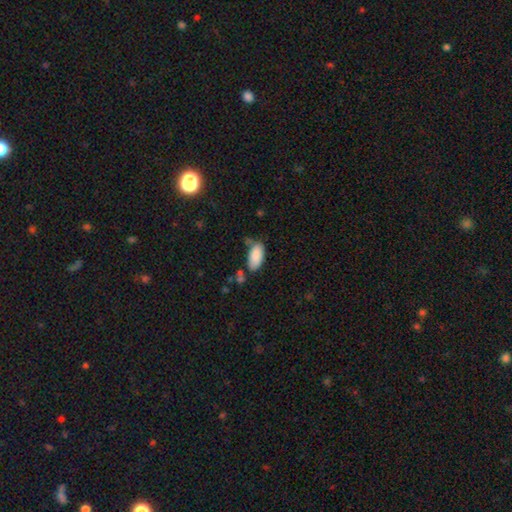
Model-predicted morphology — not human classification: smooth-or-featured: smooth: 88% | star or artifact: 7% | featured or disk: 5%
  how-rounded: in between: 93% | cigar-shaped: 5% | round: 2%
  merging: none: 60% | minor disturbance: 24% | merger: 9% | major disturbance: 7%